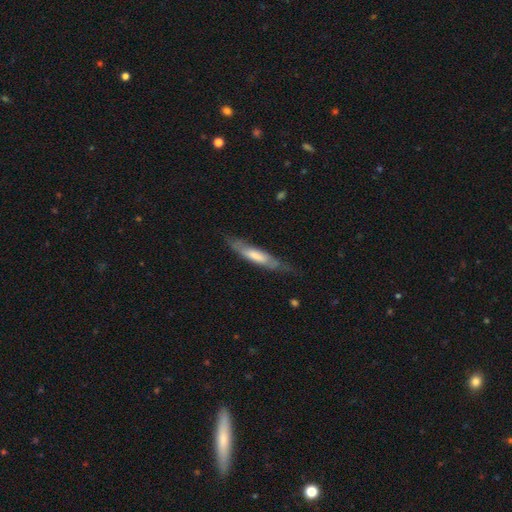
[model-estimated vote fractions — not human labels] A smooth galaxy with no disk features (55%) that is cigar-shaped (81%). Merging: none (67%).